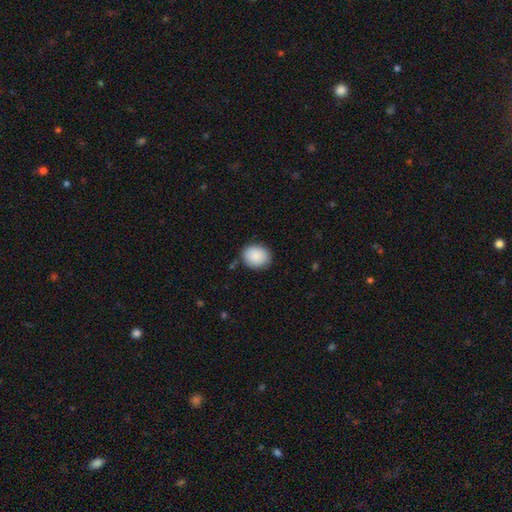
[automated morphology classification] Smooth or featured? smooth (88%)
How rounded? round (58%)
Merging? none (83%)